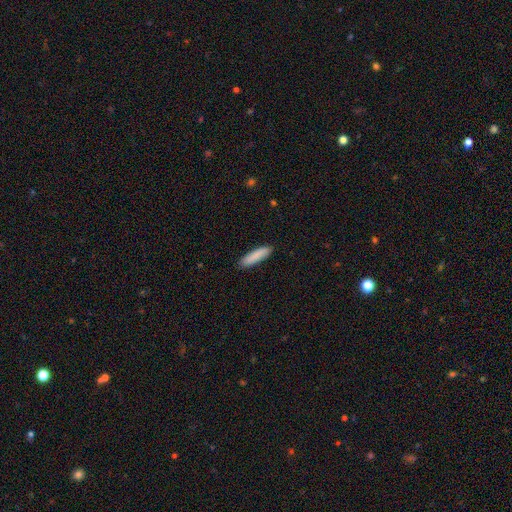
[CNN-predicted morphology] The model was most divided on "how rounded": cigar-shaped: 77%, in between: 22%, round: 1%. More confident: merging — none (90%); smooth or featured — smooth (88%).